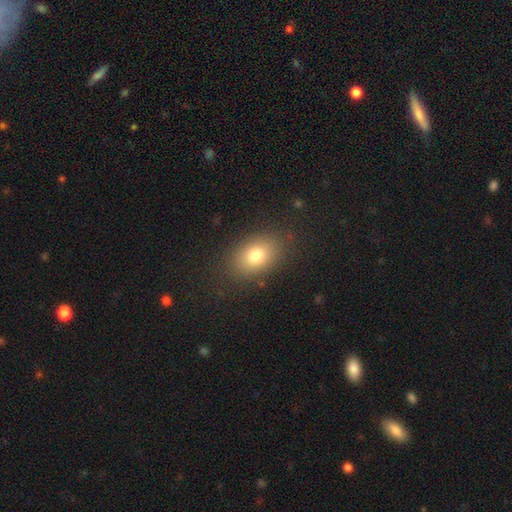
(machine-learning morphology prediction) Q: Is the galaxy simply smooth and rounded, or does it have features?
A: smooth — 78%.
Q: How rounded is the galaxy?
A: in between — 76%.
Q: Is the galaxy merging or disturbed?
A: none — 84%.